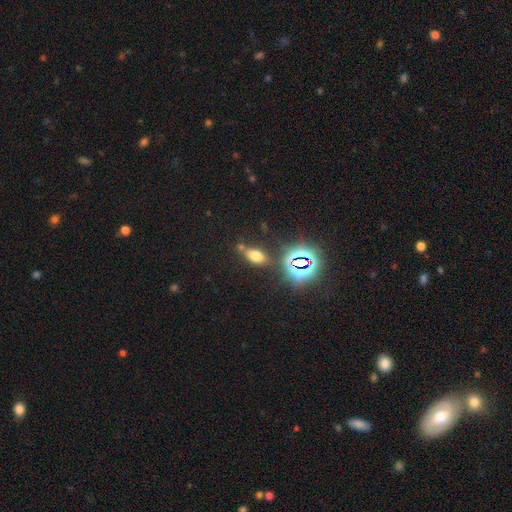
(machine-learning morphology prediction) type=smooth (60%); roundness=in between (80%); merging=none (70%).